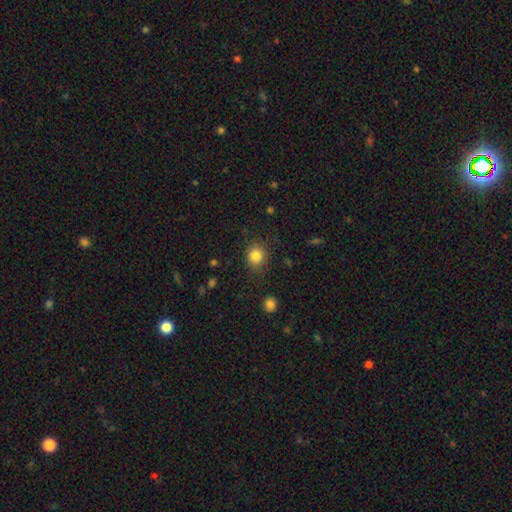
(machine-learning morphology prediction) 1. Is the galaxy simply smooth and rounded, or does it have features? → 83% smooth, 12% star or artifact, 5% featured or disk.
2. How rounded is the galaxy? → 81% round, 19% in between, 1% cigar-shaped.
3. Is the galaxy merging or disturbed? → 82% none, 12% minor disturbance, 4% major disturbance, 2% merger.